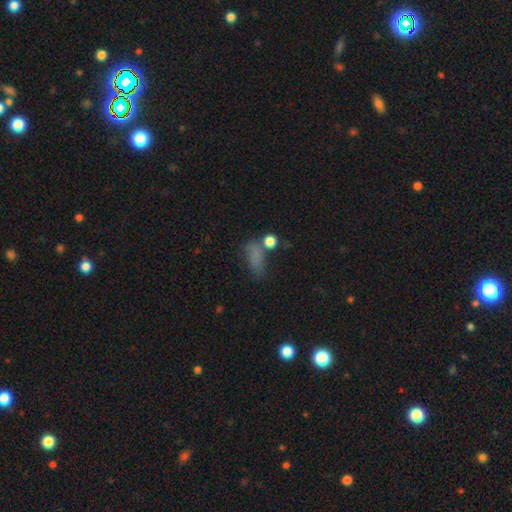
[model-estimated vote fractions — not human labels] A smooth galaxy with no disk features (69%) that is in between round and cigar-shaped (71%). Merging: none (42%).